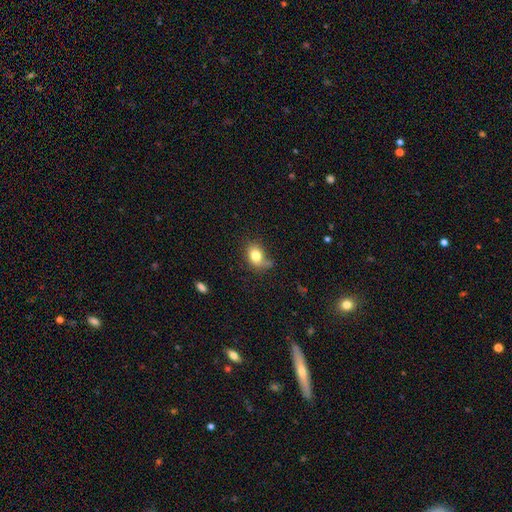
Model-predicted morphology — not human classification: Smooth or featured? Predicted: smooth (p=0.79). How rounded? Predicted: in between (p=0.65). Merging? Predicted: none (p=0.51).